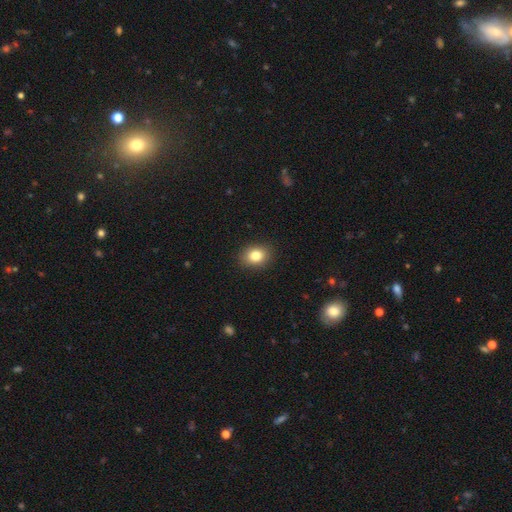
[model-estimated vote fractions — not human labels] Overall: smooth (82%). How rounded: in between (55%; round 44%). Merging: none (89%).